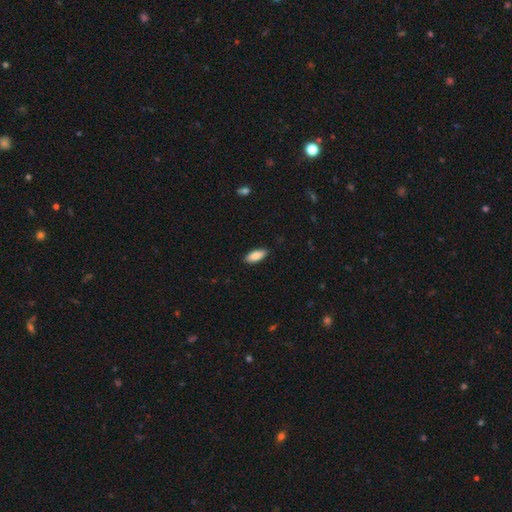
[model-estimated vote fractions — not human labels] The model was most divided on "how rounded": in between: 83%, cigar-shaped: 15%, round: 2%. More confident: merging — none (89%); smooth or featured — smooth (84%).